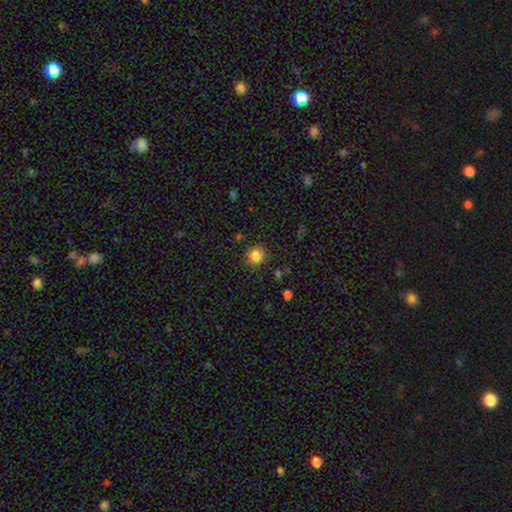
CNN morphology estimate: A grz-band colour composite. It shows a smooth galaxy with no disk features (84%) that is round (91%). Merging: none (86%).